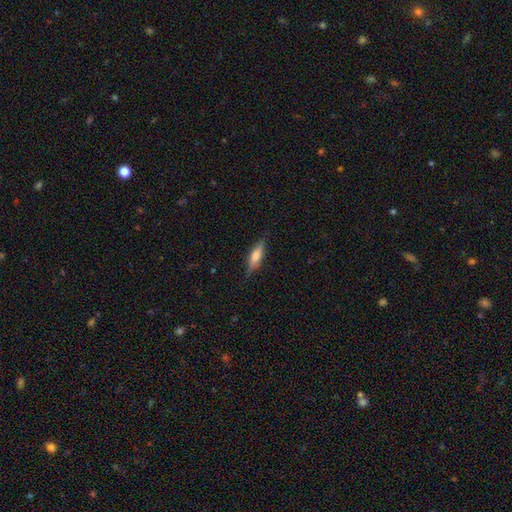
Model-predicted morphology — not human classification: This is possibly a smooth galaxy (58%). How rounded: likely cigar-shaped (61%). Merging: clearly none (83%).